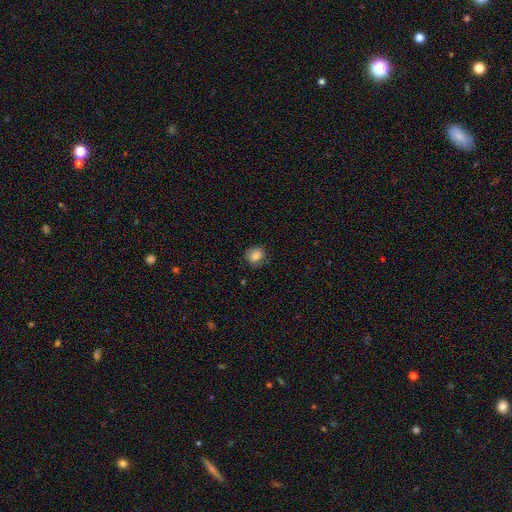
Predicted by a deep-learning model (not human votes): smooth-or-featured: smooth: 79% | featured or disk: 11% | star or artifact: 10%
  how-rounded: round: 61% | in between: 38% | cigar-shaped: 1%
  merging: none: 78% | minor disturbance: 16% | major disturbance: 4% | merger: 1%